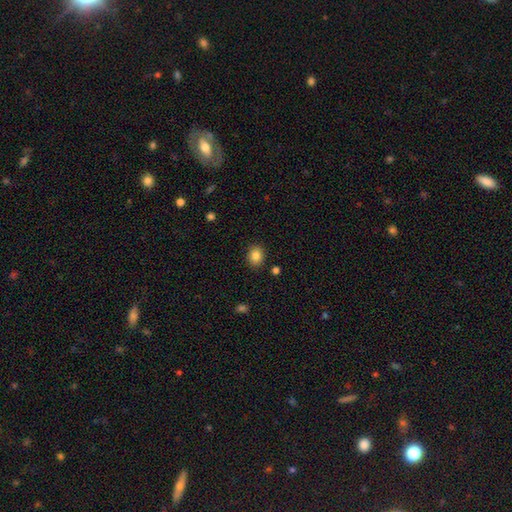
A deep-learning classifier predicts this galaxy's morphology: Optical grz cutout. It shows a smooth galaxy with no disk features (84%) that is round (59%). Merging: none (88%).